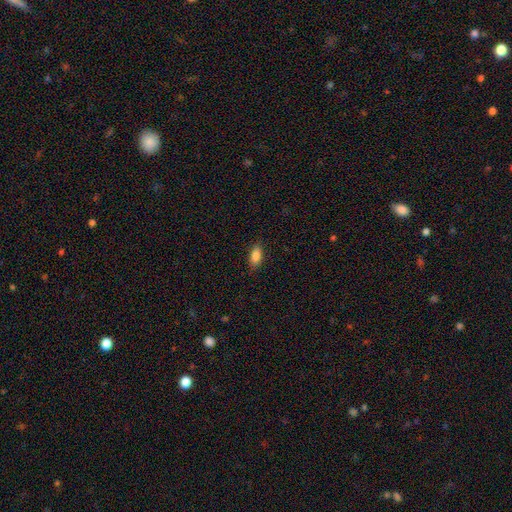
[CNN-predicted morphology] The model was most divided on "merging": none: 87%, minor disturbance: 9%, major disturbance: 2%, merger: 1%. More confident: how rounded — in between (89%); smooth or featured — smooth (86%).